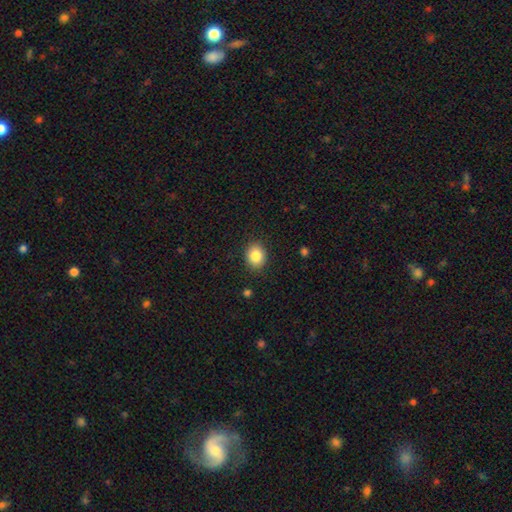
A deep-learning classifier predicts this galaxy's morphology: The model was most divided on "how rounded": round: 51%, in between: 48%, cigar-shaped: 1%. More confident: merging — none (88%); smooth or featured — smooth (85%).